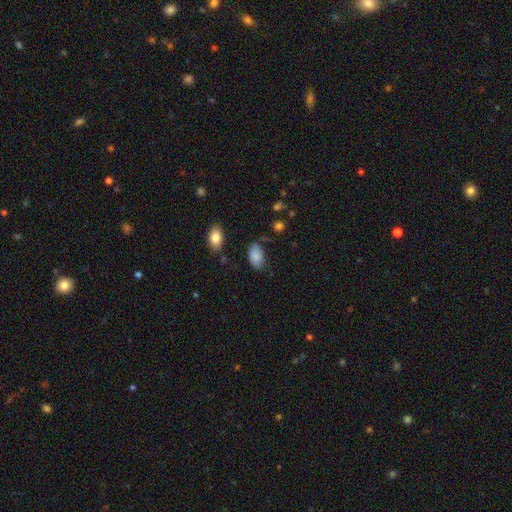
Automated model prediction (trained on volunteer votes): smooth_or_featured: smooth (p=0.86) [alt: star or artifact p=0.08]
how_rounded: in between (p=0.92) [alt: round p=0.07]
merging: none (p=0.66) [alt: minor disturbance p=0.25]